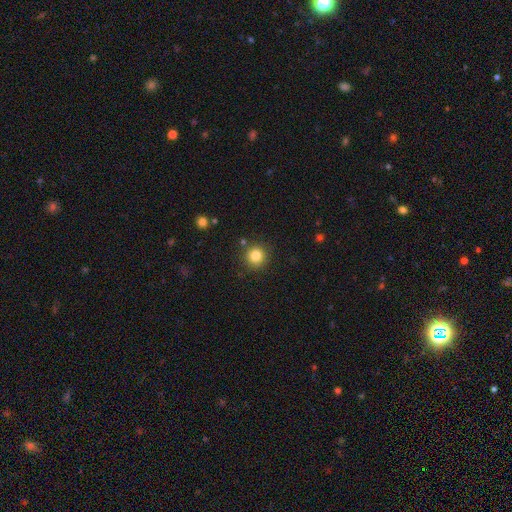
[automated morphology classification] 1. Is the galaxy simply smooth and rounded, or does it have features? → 83% smooth, 11% star or artifact, 6% featured or disk.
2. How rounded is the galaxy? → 94% round, 5% in between, 1% cigar-shaped.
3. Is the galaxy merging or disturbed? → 87% none, 7% minor disturbance, 3% merger, 2% major disturbance.